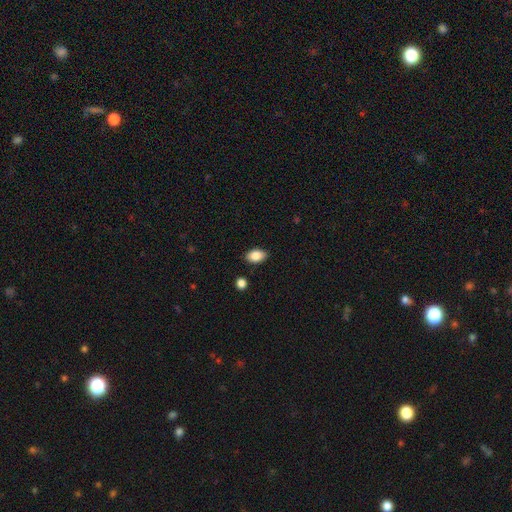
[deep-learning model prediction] smooth_or_featured: smooth (p=0.86) [alt: star or artifact p=0.08]
how_rounded: in between (p=0.89) [alt: round p=0.10]
merging: none (p=0.87) [alt: minor disturbance p=0.09]